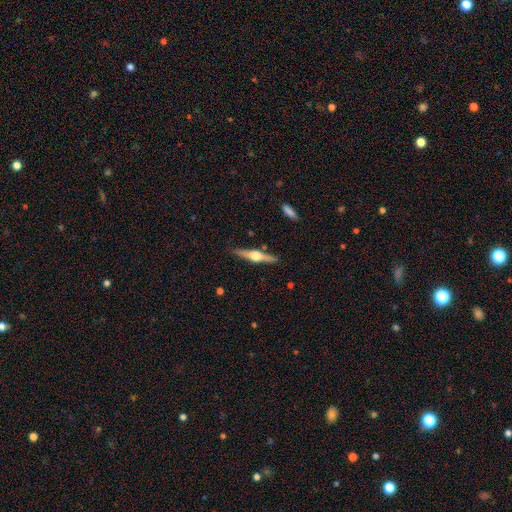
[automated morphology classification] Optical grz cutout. It shows a featured or disk galaxy (71%) viewed edge-on (98%) with a rounded central bulge (94%). Merging: none (89%).